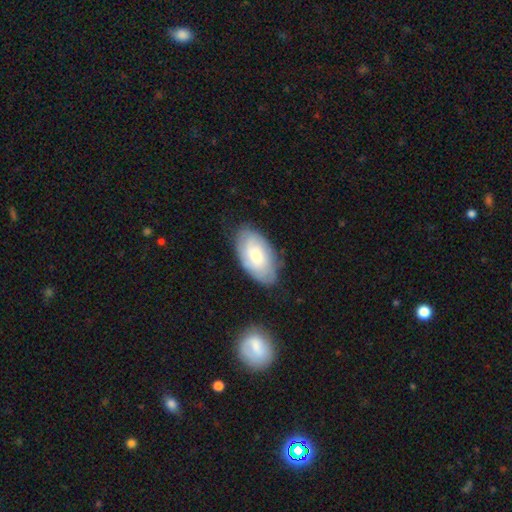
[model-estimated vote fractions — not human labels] Q: Smooth or featured?
A: smooth (54%); runner-up: featured or disk (39%)
Q: How rounded?
A: in between (94%); runner-up: round (4%)
Q: Merging?
A: none (76%); runner-up: minor disturbance (18%)